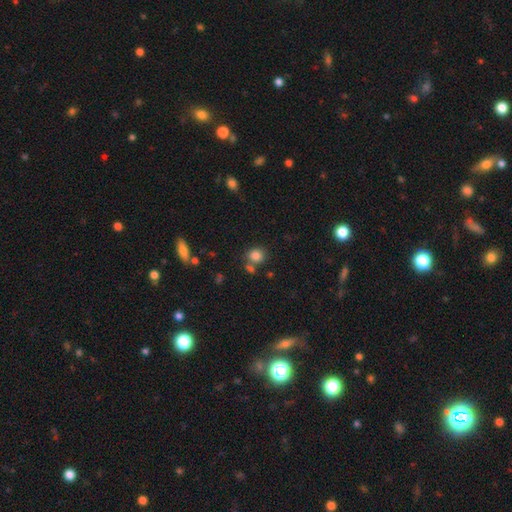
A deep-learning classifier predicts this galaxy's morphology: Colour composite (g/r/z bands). It shows a smooth galaxy with no disk features (83%) that is round (79%). Merging: none (65%).